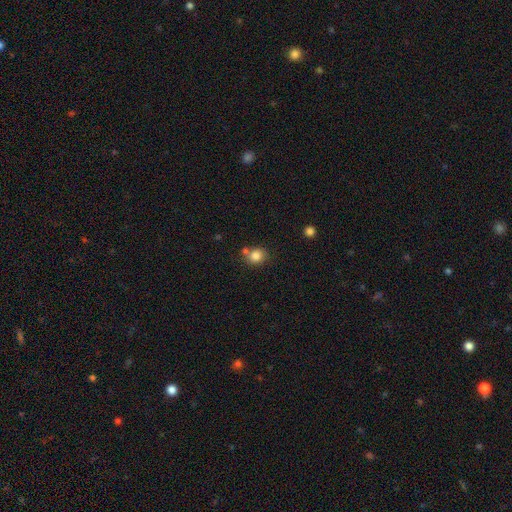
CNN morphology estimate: smooth_or_featured: smooth (p=0.82) [alt: star or artifact p=0.11]
how_rounded: round (p=0.77) [alt: in between p=0.22]
merging: none (p=0.62) [alt: merger p=0.21]